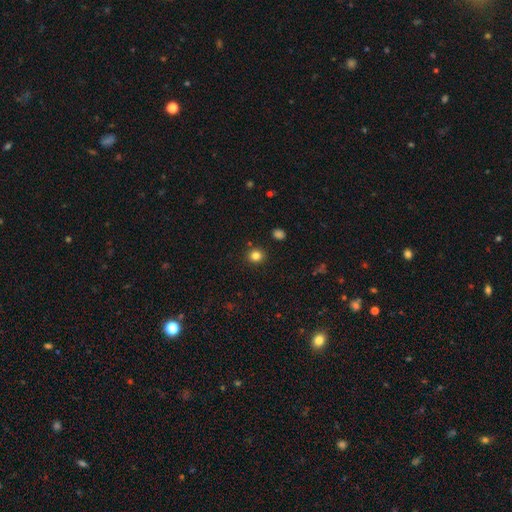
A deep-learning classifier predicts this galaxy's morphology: Smooth or featured? smooth (82%)
How rounded? round (89%)
Merging? none (90%)